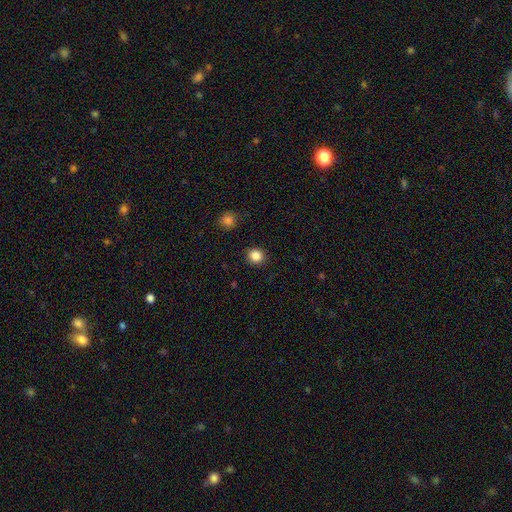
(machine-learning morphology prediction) This appears to be a smooth galaxy with no disk features (86%) that is round (88%). Merging: none (91%).